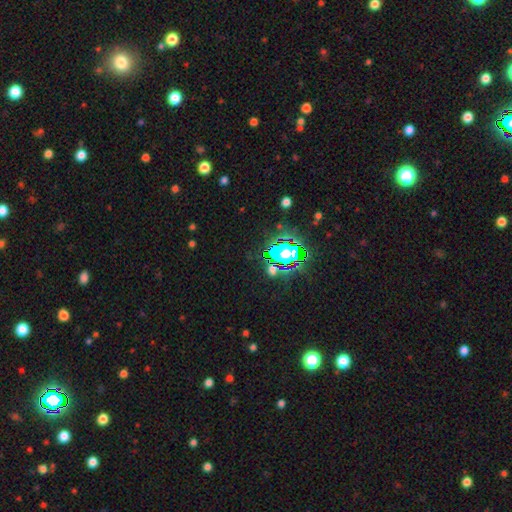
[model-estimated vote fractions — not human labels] Smooth or featured? Predicted: star or artifact (p=0.78).